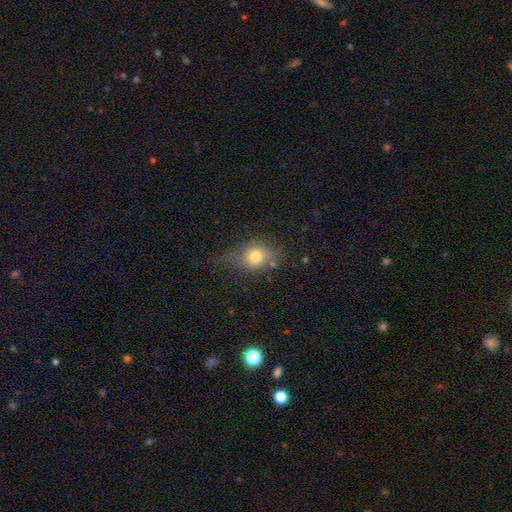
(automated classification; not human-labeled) The model was most divided on "how rounded": in between: 53%, round: 45%, cigar-shaped: 3%. Remaining: smooth or featured — smooth (75%); merging — none (46%).